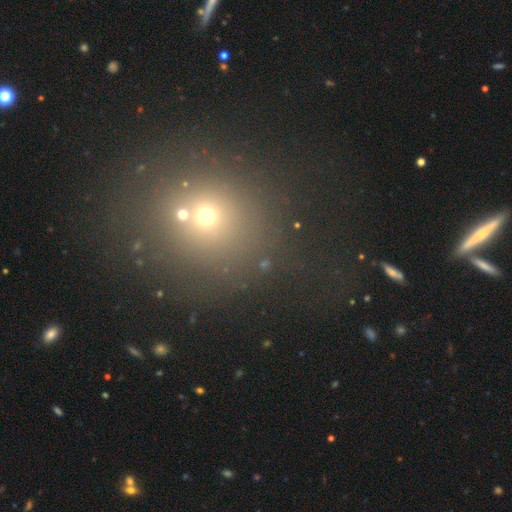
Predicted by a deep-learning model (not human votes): Q: Smooth or featured?
A: smooth (53%); runner-up: star or artifact (35%)
Q: How rounded?
A: round (81%); runner-up: in between (17%)
Q: Merging?
A: none (67%); runner-up: merger (16%)